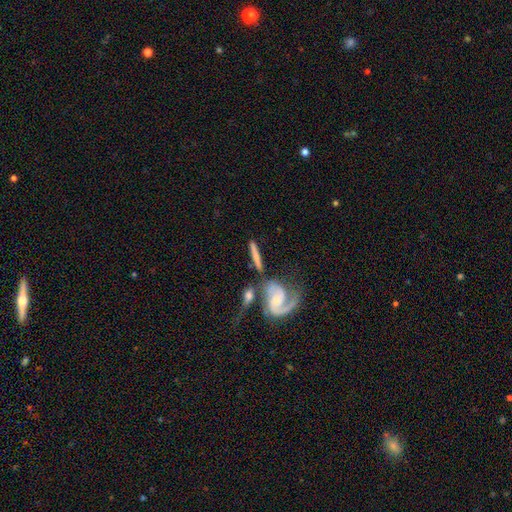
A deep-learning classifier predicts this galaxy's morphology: A featured or disk galaxy (51%). Merging: none (57%).